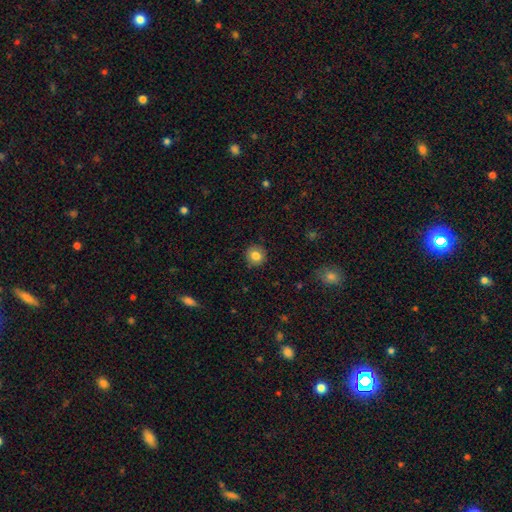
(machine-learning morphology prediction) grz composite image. It shows a smooth galaxy with no disk features (83%) that is round (91%). Merging: none (90%).